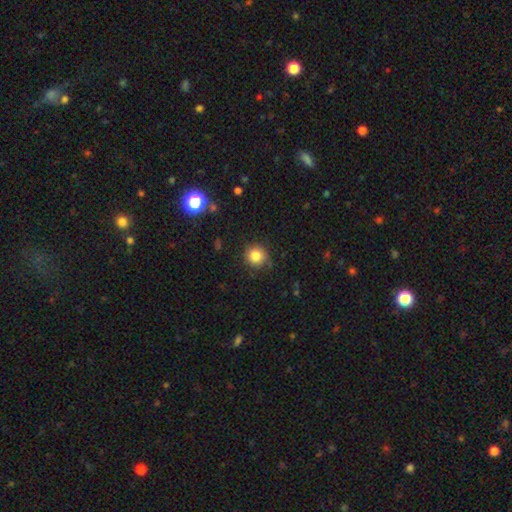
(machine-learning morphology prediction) Overall: smooth (82%). How rounded: round (93%). Merging: none (86%).